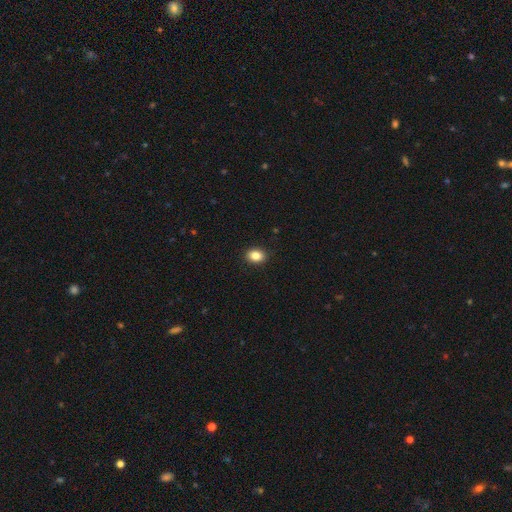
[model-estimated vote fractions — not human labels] Morphology: type=smooth (86%); roundness=in between (66%); merging=none (91%).